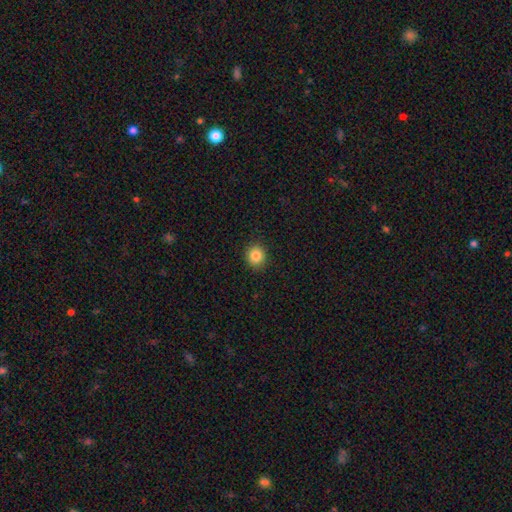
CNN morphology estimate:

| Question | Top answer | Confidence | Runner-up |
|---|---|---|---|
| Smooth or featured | smooth | 85% | star or artifact (10%) |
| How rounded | round | 82% | in between (17%) |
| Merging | none | 91% | minor disturbance (6%) |